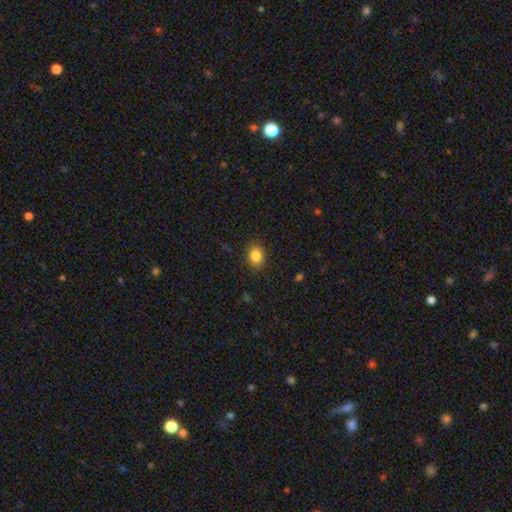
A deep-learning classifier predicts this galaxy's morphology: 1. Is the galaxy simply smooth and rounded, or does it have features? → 84% smooth, 10% star or artifact, 6% featured or disk.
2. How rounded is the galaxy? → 52% in between, 47% round, 1% cigar-shaped.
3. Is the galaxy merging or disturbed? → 86% none, 11% minor disturbance, 3% major disturbance, 1% merger.